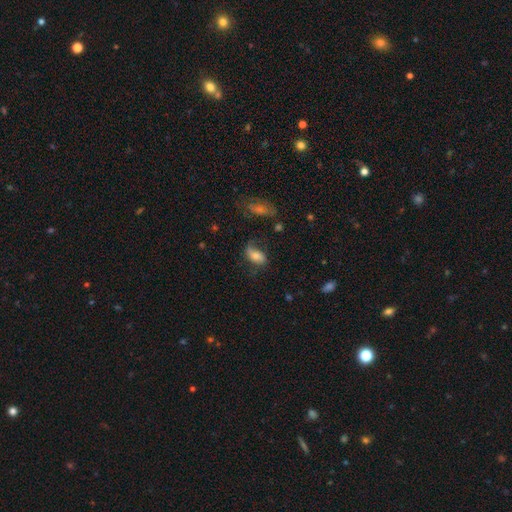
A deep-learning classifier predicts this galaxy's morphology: This appears to be a smooth galaxy with no disk features (60%) that is in between round and cigar-shaped (89%). Merging: none (52%).